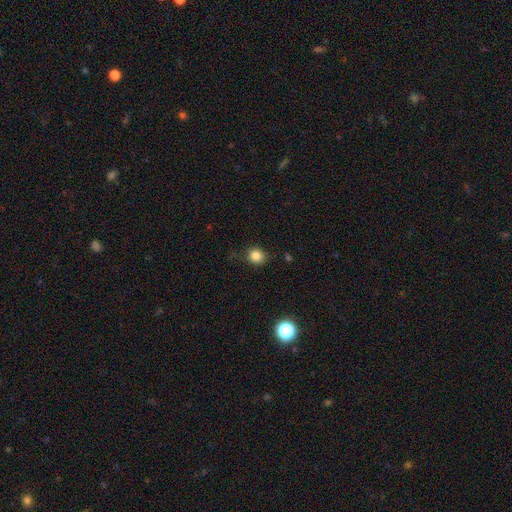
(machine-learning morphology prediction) smooth-or-featured: smooth: 83% | star or artifact: 12% | featured or disk: 5%
  how-rounded: round: 82% | in between: 17% | cigar-shaped: 1%
  merging: none: 82% | minor disturbance: 13% | major disturbance: 3% | merger: 1%